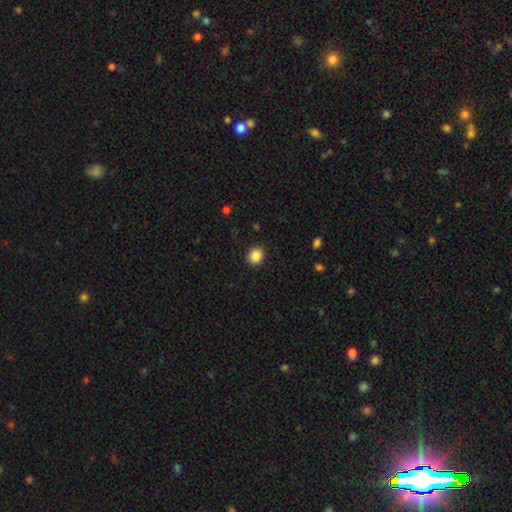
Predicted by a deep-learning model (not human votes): A smooth galaxy with no disk features (88%) that is round (83%).

Vote fractions:
- Smooth or featured? smooth: 88% / star or artifact: 9% / featured or disk: 3%
- How rounded? round: 83% / in between: 16% / cigar-shaped: 1%
- Merging? none: 91% / minor disturbance: 6% / major disturbance: 2% / merger: 1%